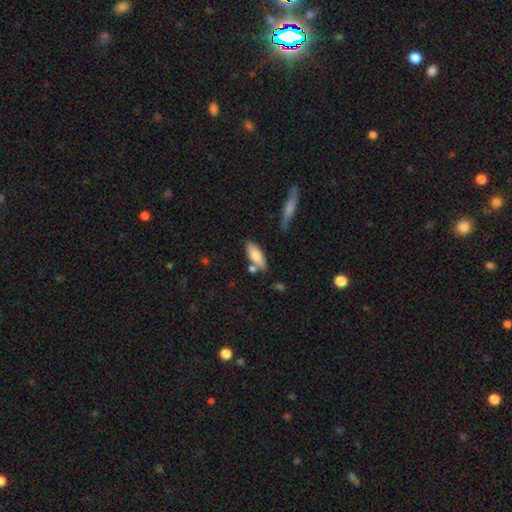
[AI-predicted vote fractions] This is likely a smooth galaxy (78%). How rounded: likely in between (76%). Merging: likely none (69%).